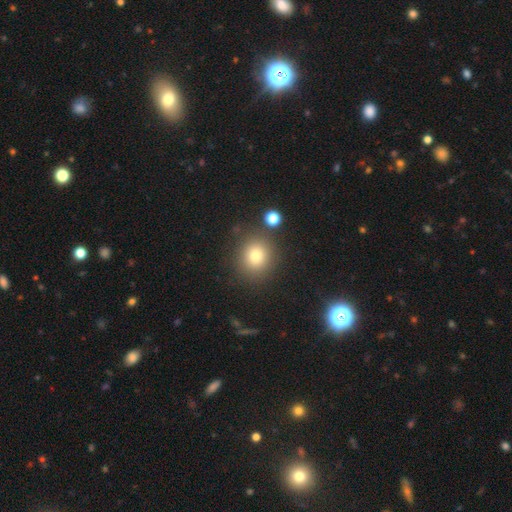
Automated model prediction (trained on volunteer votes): Smooth or featured? Predicted: smooth (p=0.79). How rounded? Predicted: round (p=0.83). Merging? Predicted: none (p=0.82).